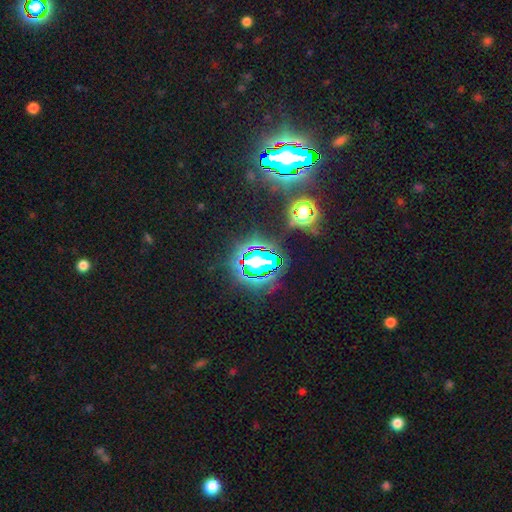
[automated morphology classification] smooth-or-featured: star or artifact: 81% | smooth: 12% | featured or disk: 7%